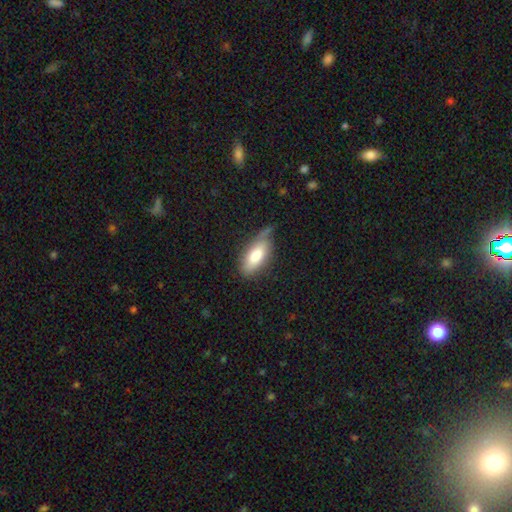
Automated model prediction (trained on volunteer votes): The model was most divided on "merging": none: 50%, minor disturbance: 35%, major disturbance: 12%, merger: 3%. More confident: how rounded — in between (81%); smooth or featured — smooth (75%).